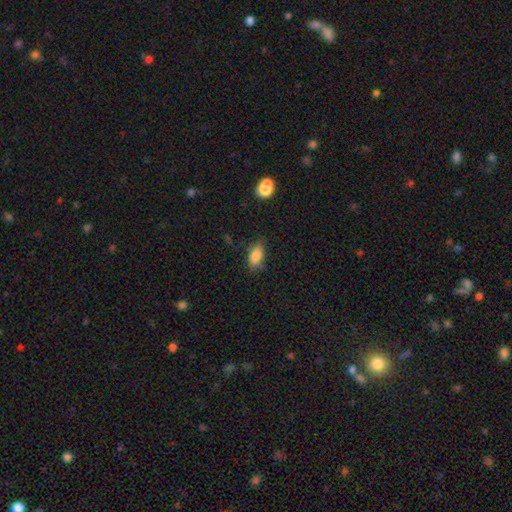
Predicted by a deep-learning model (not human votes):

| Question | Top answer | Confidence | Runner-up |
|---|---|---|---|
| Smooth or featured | smooth | 86% | star or artifact (8%) |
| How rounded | in between | 90% | round (6%) |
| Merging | none | 78% | minor disturbance (16%) |